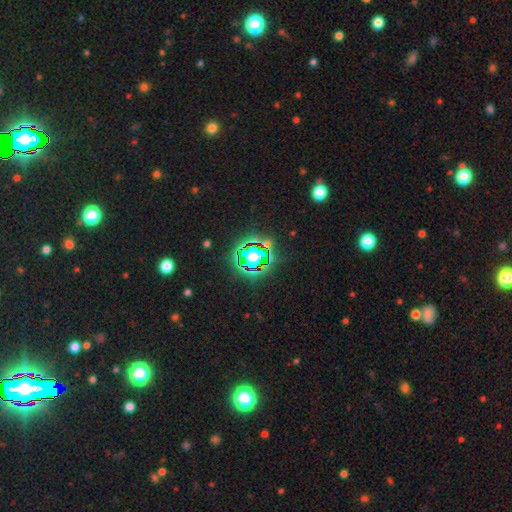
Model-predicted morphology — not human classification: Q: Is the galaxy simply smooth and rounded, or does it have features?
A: star or artifact — 82%.